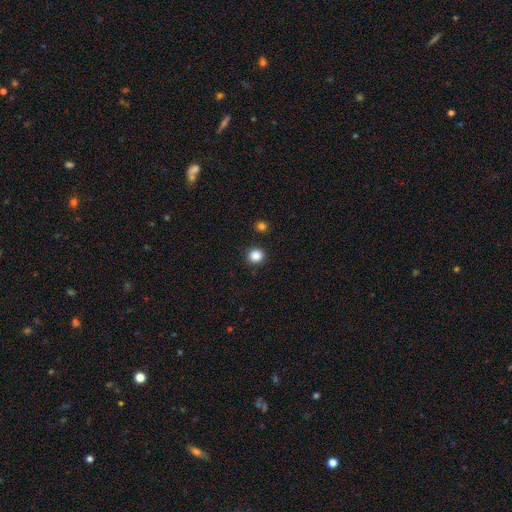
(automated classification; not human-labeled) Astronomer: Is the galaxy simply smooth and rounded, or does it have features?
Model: smooth — 86%.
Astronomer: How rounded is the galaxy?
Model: round — 86%.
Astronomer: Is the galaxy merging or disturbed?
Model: none — 90%.